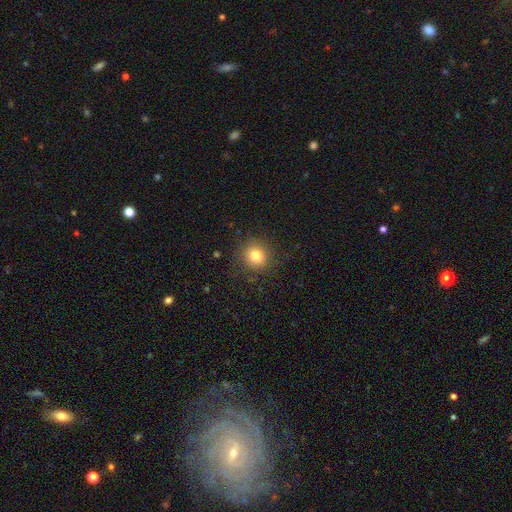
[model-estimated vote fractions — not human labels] smooth_or_featured: smooth (p=0.81) [alt: star or artifact p=0.11]
how_rounded: round (p=0.84) [alt: in between p=0.15]
merging: none (p=0.85) [alt: minor disturbance p=0.10]